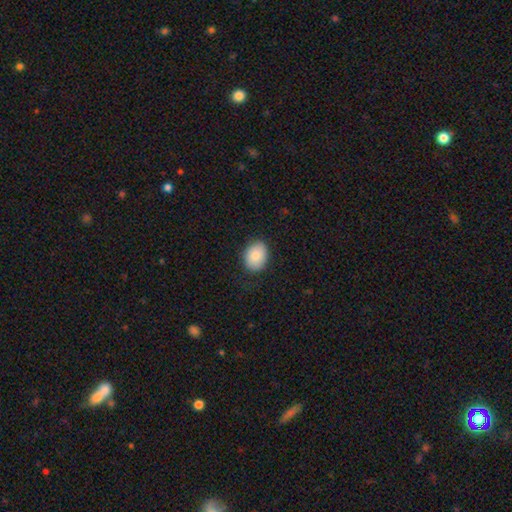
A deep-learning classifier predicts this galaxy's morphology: Overall: smooth (85%). How rounded: in between (64%; round 35%). Merging: none (83%).